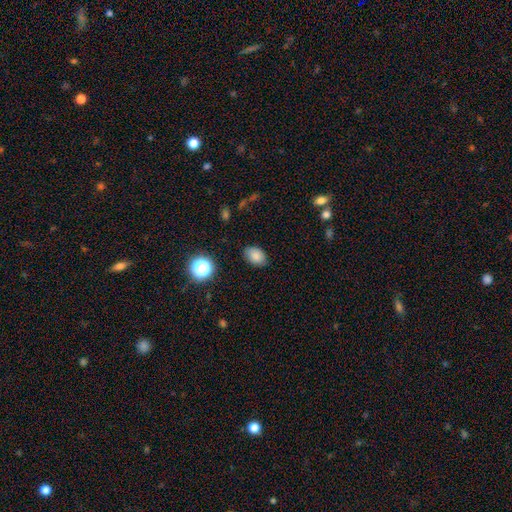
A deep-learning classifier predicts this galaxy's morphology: Smooth or featured? smooth (83%)
How rounded? in between (82%)
Merging? none (82%)